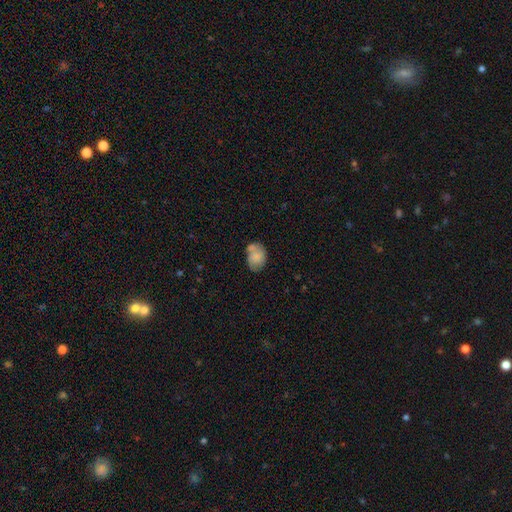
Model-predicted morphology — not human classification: Smooth or featured: smooth — 69% (featured or disk — 23%)
How rounded: in between — 70% (round — 29%)
Merging: none — 43% (minor disturbance — 27%)